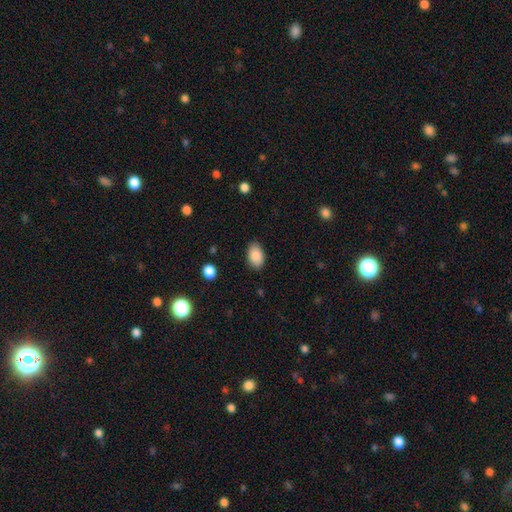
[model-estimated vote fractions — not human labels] Smooth or featured? smooth (89%)
How rounded? in between (91%)
Merging? none (86%)